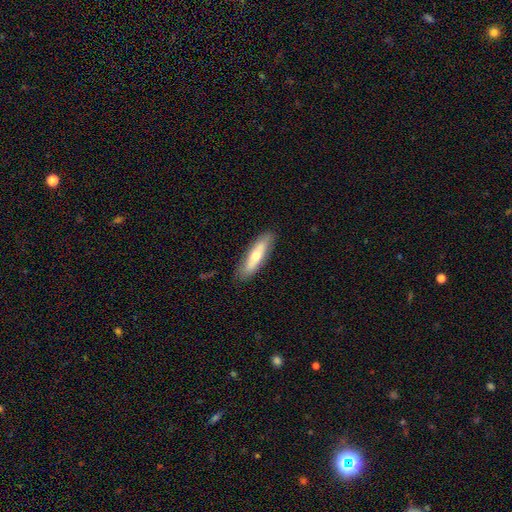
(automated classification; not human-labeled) A smooth galaxy with no disk features (57%) that is cigar-shaped (61%). Merging: none (83%).